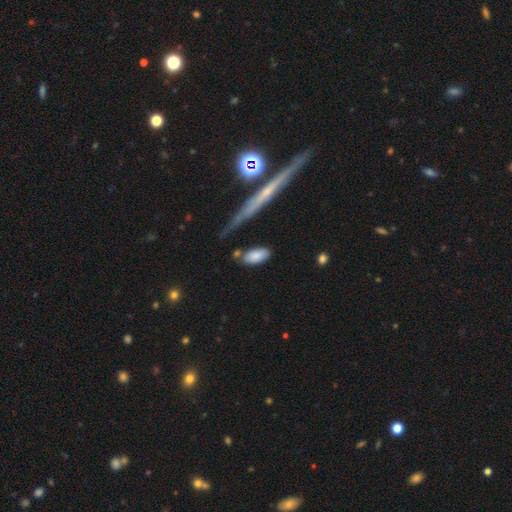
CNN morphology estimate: Smooth or featured?
  - smooth: 84% *
  - featured or disk: 10%
  - star or artifact: 6%
How rounded?
  - in between: 91% *
  - cigar-shaped: 7%
  - round: 3%
Merging?
  - none: 69% *
  - minor disturbance: 18%
  - merger: 8%
  - major disturbance: 6%